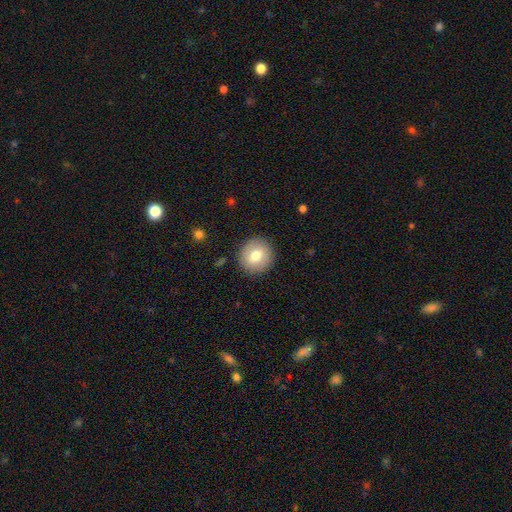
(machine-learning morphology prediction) smooth 72%, featured or disk 20%, star or artifact 8%. Down the decision tree: how rounded — round (87%); merging — none (89%).